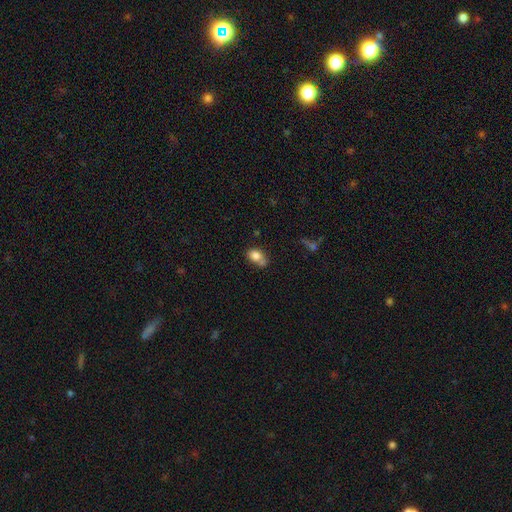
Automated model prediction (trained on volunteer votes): This is clearly a smooth galaxy (80%). How rounded: likely in between (72%). Merging: marginally none (45%).